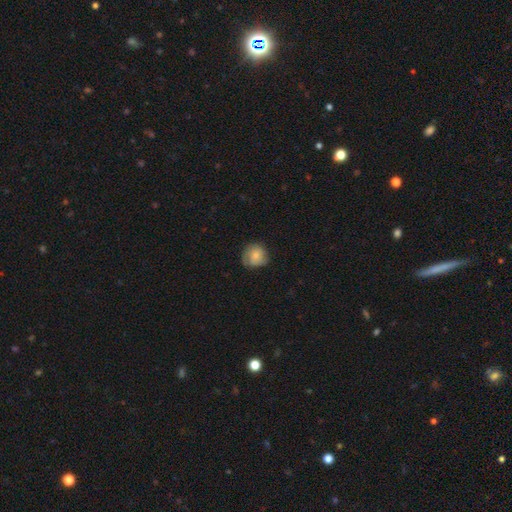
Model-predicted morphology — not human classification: This is likely a smooth galaxy (73%). How rounded: clearly round (85%). Merging: likely none (67%).